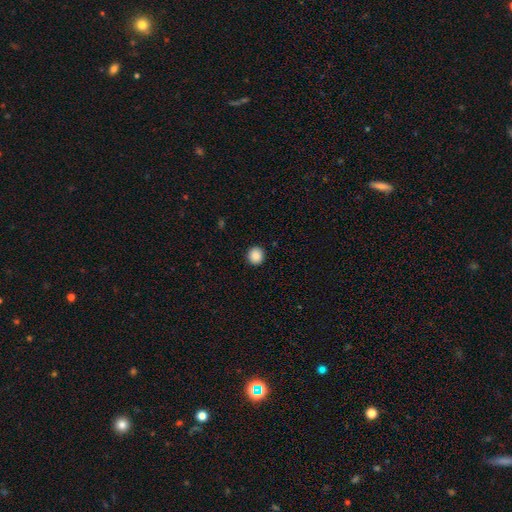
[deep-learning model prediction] This is clearly a smooth galaxy (88%). How rounded: clearly round (92%). Merging: clearly none (92%).